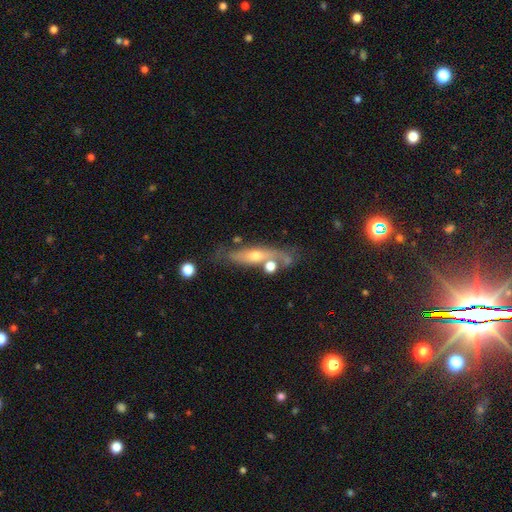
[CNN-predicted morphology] featured or disk 61%, smooth 31%, star or artifact 8%. Down the decision tree: edge-on disk — yes (60%); merging — none (60%).